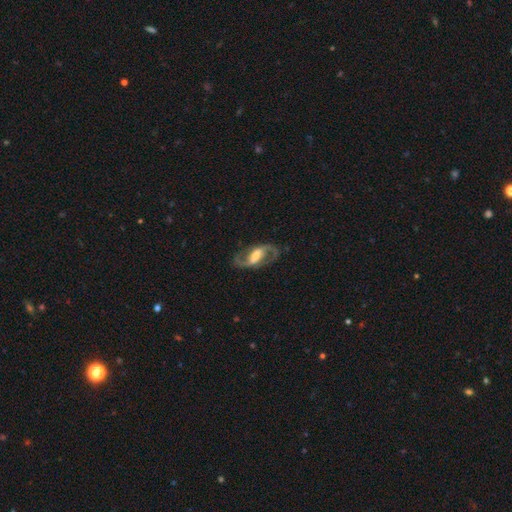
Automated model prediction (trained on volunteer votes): This appears to be a featured or disk galaxy (88%) with a strong bar (48%), 2 (93%) medium (53%) spiral arms (95%) and a moderate central bulge (38%). Merging: none (80%).